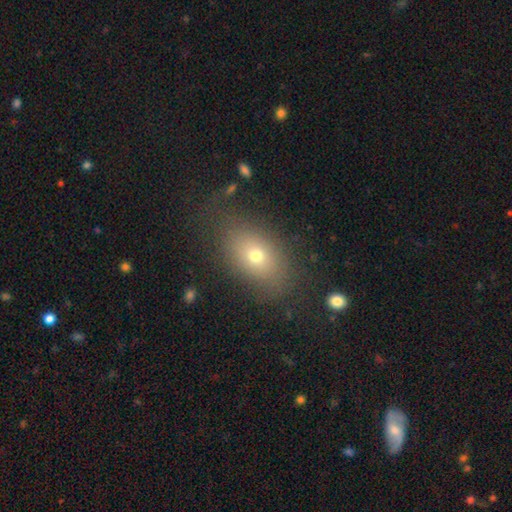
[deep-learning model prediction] A smooth galaxy with no disk features (68%) that is in between round and cigar-shaped (79%).

Vote fractions:
- Smooth or featured? smooth: 68% / featured or disk: 18% / star or artifact: 14%
- How rounded? in between: 79% / round: 19% / cigar-shaped: 2%
- Merging? none: 76% / minor disturbance: 15% / major disturbance: 7% / merger: 2%